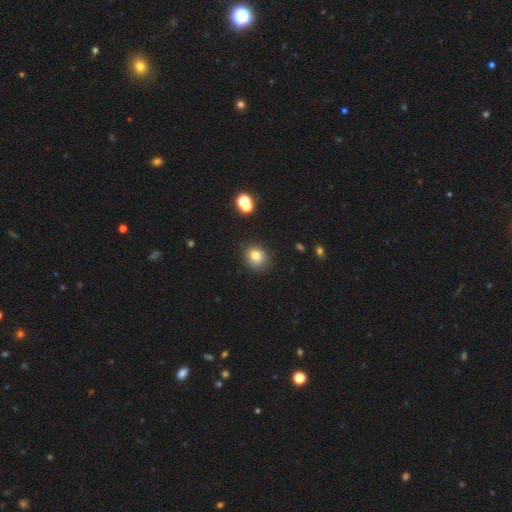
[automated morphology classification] This appears to be a smooth galaxy with no disk features (80%) that is round (77%). Merging: none (82%).